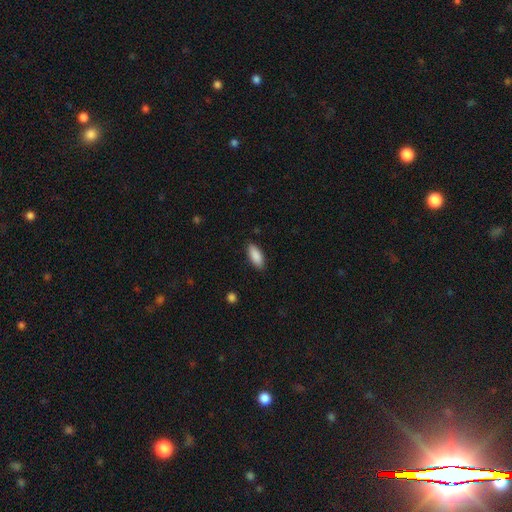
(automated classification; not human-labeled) smooth 89%, star or artifact 6%, featured or disk 5%. Down the decision tree: how rounded — in between (82%); merging — none (87%).